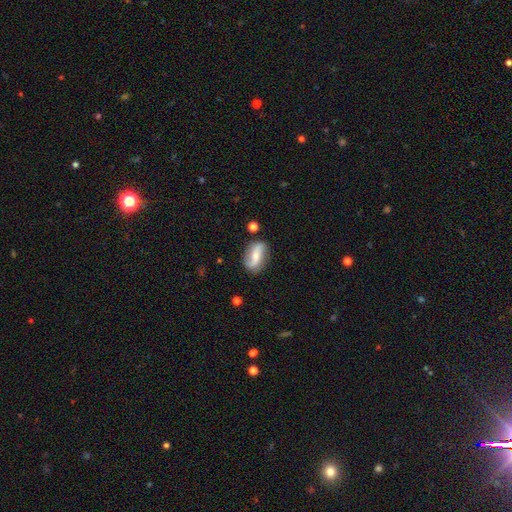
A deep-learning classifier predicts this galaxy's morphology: This appears to be a featured or disk galaxy (60%) with a strong bar (35%), spiral arms (86%) and a small central bulge (44%, tied with moderate). Merging: none (77%).